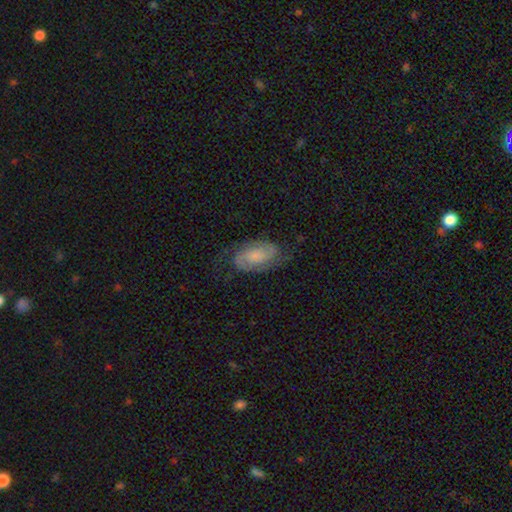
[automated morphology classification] Q: Smooth or featured?
A: featured or disk (64%); runner-up: smooth (28%)
Q: Edge-on disk?
A: no (96%); runner-up: yes (4%)
Q: Bar?
A: no (57%); runner-up: weak (35%)
Q: Spiral arms?
A: yes (92%); runner-up: no (8%)
Q: Spiral winding?
A: medium (46%); runner-up: tight (36%)
Q: Spiral arm count?
A: 2 (85%); runner-up: can't tell (9%)
Q: Bulge size?
A: small (31%); runner-up: moderate (28%)
Q: Merging?
A: none (70%); runner-up: minor disturbance (19%)